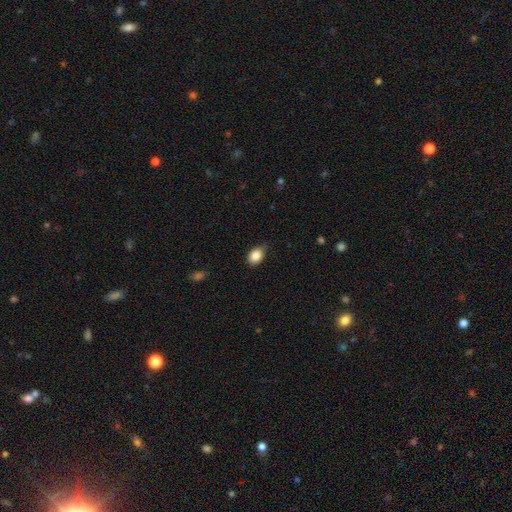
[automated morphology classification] Overall: smooth (87%). How rounded: in between (69%; round 30%). Merging: none (73%).